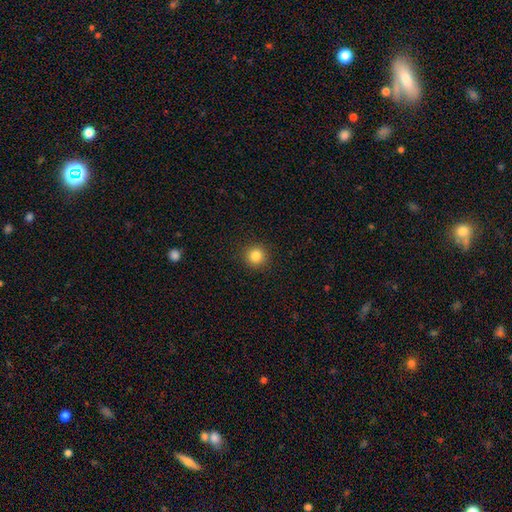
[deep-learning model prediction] This appears to be a smooth galaxy with no disk features (83%) that is round (94%). Merging: none (92%).